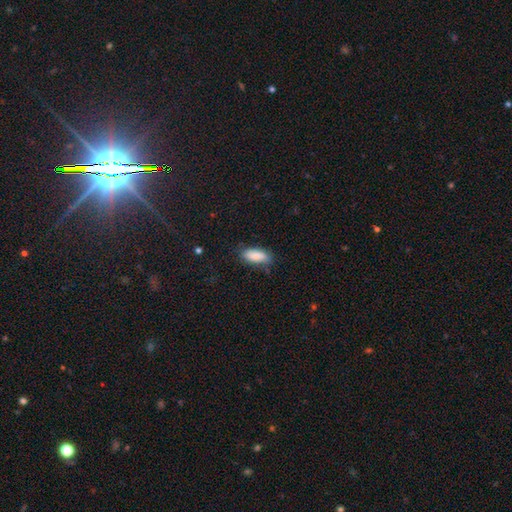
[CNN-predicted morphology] Q: Smooth or featured?
A: smooth (86%); runner-up: featured or disk (7%)
Q: How rounded?
A: in between (84%); runner-up: cigar-shaped (14%)
Q: Merging?
A: none (72%); runner-up: minor disturbance (21%)